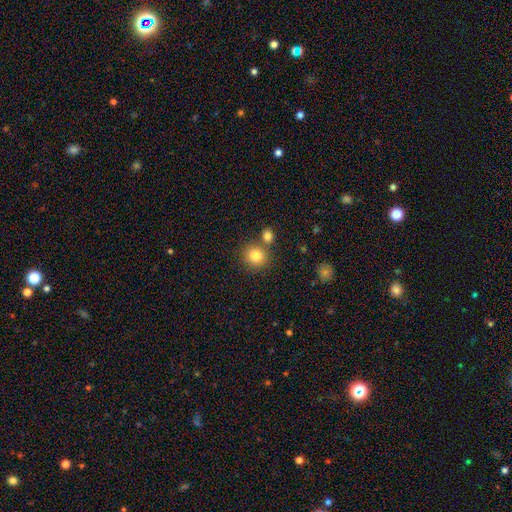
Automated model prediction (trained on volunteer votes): Overall: smooth (82%). How rounded: round (87%). Merging: none (69%).